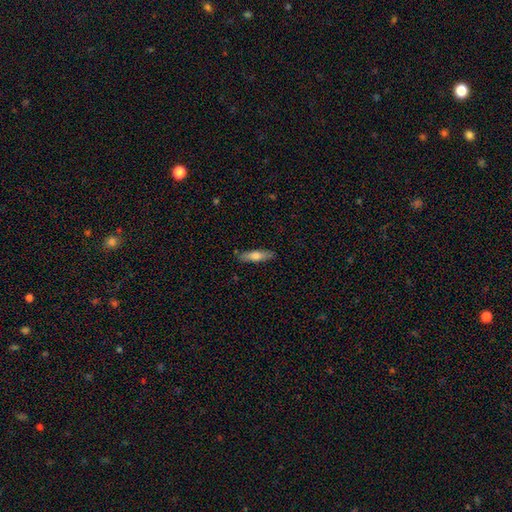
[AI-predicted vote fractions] Morphology: type=smooth (68%); roundness=cigar-shaped (61%); merging=none (84%).